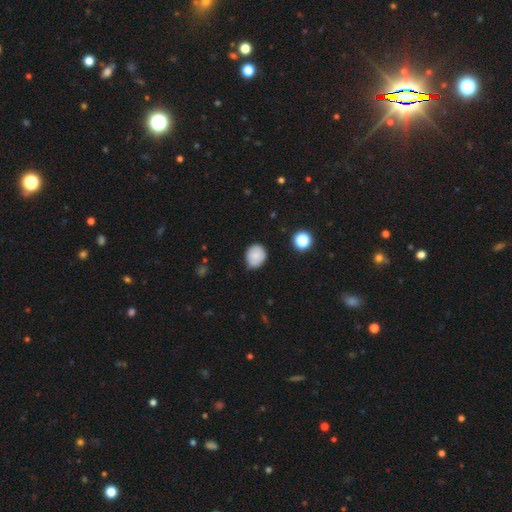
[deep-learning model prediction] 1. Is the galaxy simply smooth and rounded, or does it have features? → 80% smooth, 10% featured or disk, 10% star or artifact.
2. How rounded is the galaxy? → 65% round, 34% in between, 1% cigar-shaped.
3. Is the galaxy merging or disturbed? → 68% none, 26% minor disturbance, 4% major disturbance, 2% merger.